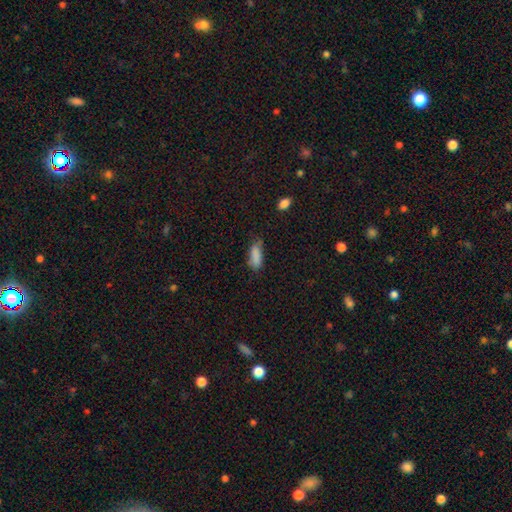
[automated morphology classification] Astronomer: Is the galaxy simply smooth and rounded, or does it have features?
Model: smooth — 85%.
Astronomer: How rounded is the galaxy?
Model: in between — 70%.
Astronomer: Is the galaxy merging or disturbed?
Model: none — 55% (runner-up: minor disturbance, 34%).